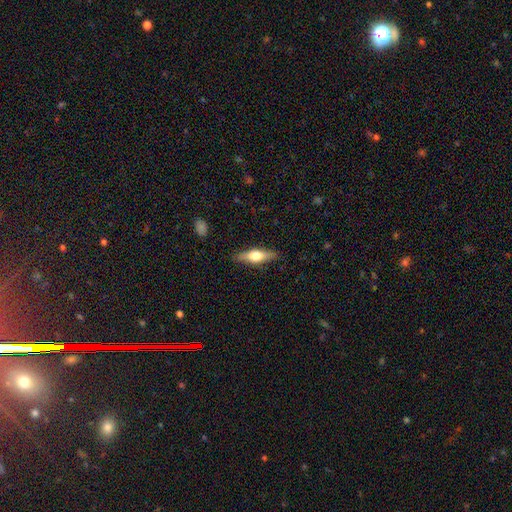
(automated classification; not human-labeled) featured or disk 50%, smooth 44%, star or artifact 6%. Down the decision tree: merging — none (86%).